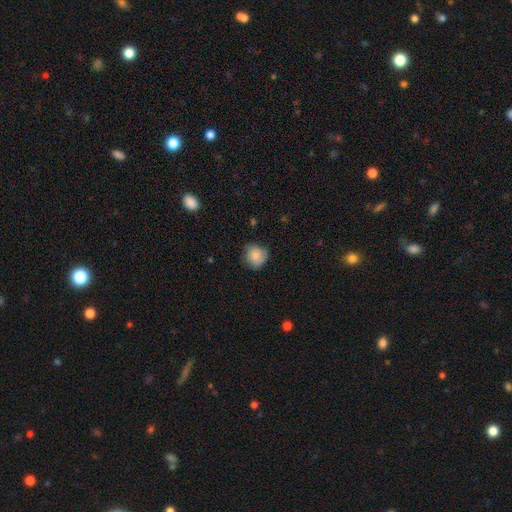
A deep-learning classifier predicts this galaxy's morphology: Q: Smooth or featured?
A: smooth (72%); runner-up: featured or disk (20%)
Q: How rounded?
A: round (83%); runner-up: in between (16%)
Q: Merging?
A: none (68%); runner-up: minor disturbance (25%)